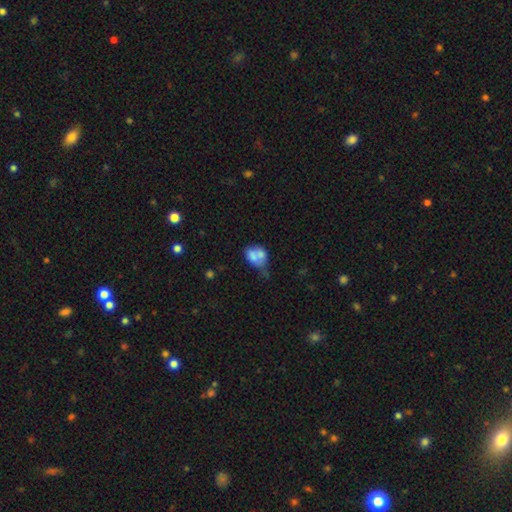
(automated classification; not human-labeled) This appears to be a smooth galaxy with no disk features (62%) that is in between round and cigar-shaped (66%). Merging: merger (50%).